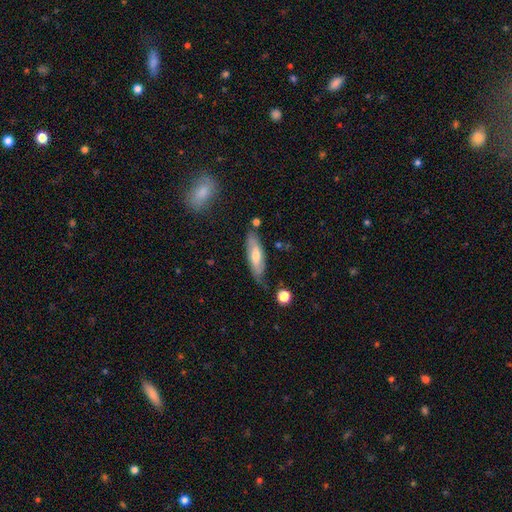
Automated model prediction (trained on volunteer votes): Morphology: type=smooth (48%); merging=none (69%).